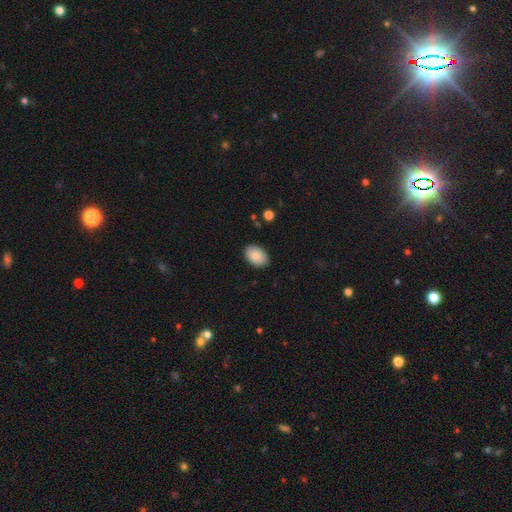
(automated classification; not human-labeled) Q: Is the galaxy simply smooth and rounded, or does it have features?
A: smooth — 85%.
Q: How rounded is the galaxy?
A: in between — 86%.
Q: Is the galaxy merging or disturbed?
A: none — 88%.